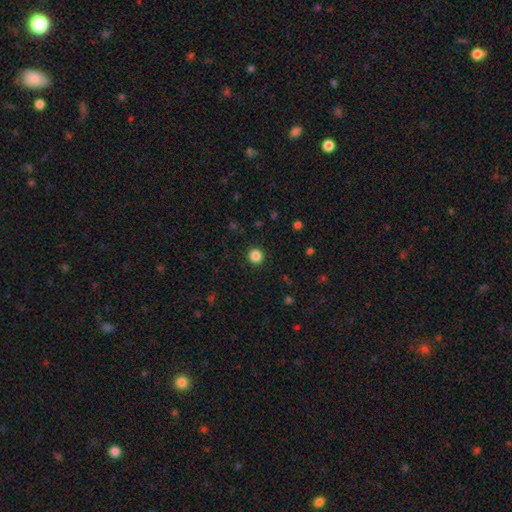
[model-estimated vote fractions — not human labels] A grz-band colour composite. It shows a smooth galaxy with no disk features (85%) that is round (94%). Merging: none (92%).